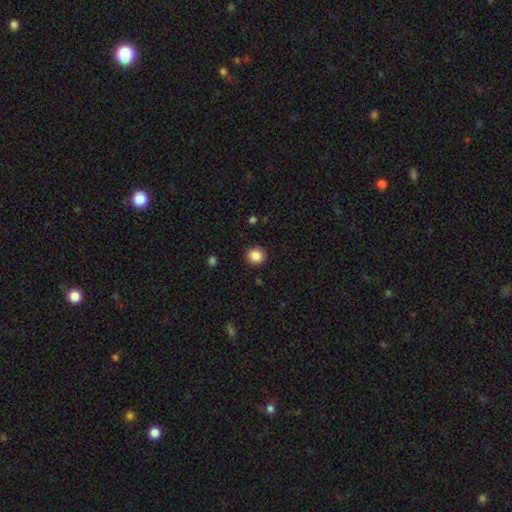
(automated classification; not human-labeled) smooth-or-featured: smooth: 86% | star or artifact: 10% | featured or disk: 4%
  how-rounded: round: 92% | in between: 7% | cigar-shaped: 1%
  merging: none: 91% | minor disturbance: 6% | major disturbance: 2% | merger: 1%